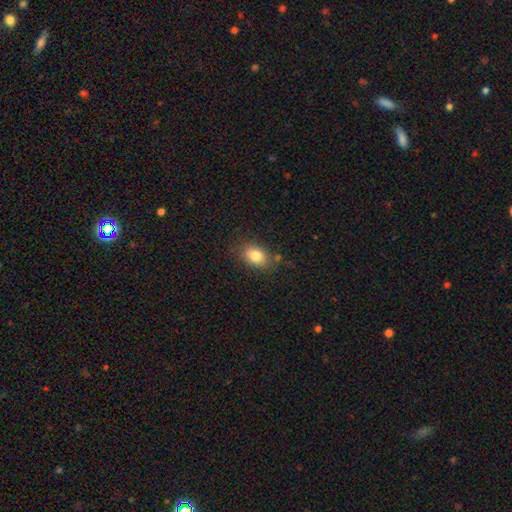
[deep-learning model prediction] Morphology: type=smooth (82%); roundness=in between (75%); merging=none (76%).